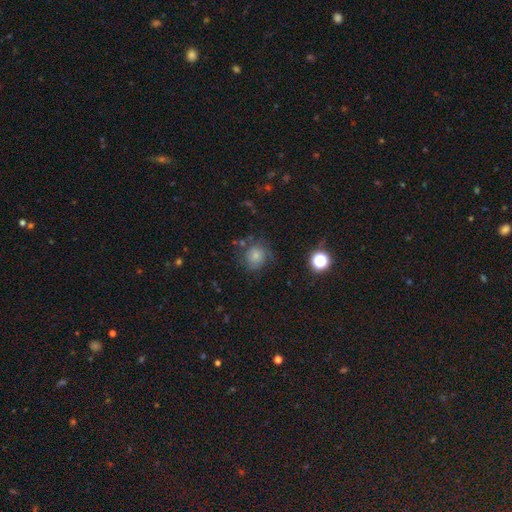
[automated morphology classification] Smooth or featured? Predicted: smooth (p=0.68). How rounded? Predicted: round (p=0.84). Merging? Predicted: none (p=0.65).